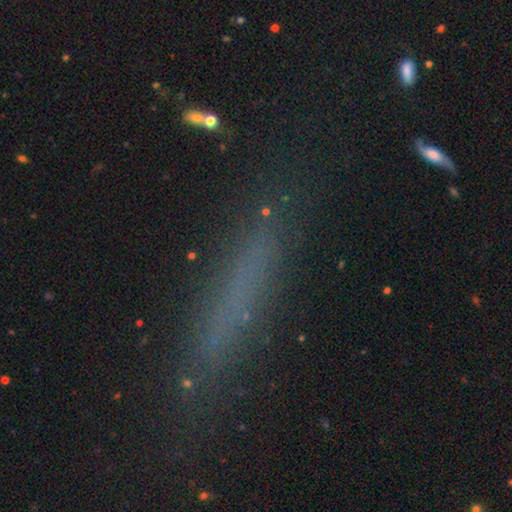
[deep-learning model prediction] Overall: smooth (52%; featured or disk 29%). How rounded: cigar-shaped (91%). Merging: none (78%).